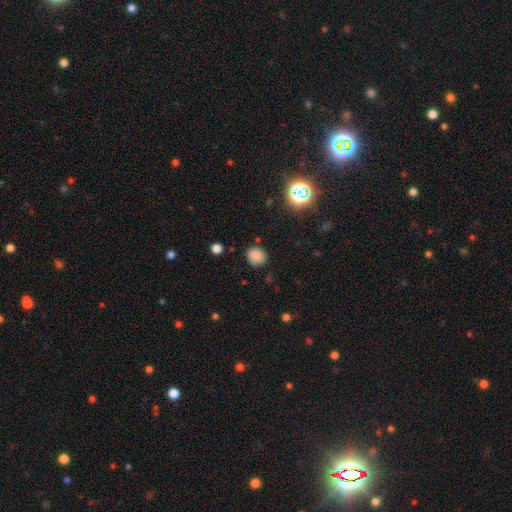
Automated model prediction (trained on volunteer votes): smooth 82%, star or artifact 12%, featured or disk 6%. Down the decision tree: how rounded — round (80%); merging — none (83%).